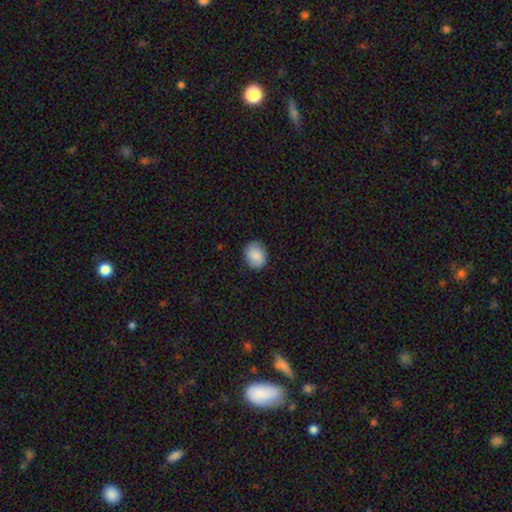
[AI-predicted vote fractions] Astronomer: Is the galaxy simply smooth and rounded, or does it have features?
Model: smooth — 89%.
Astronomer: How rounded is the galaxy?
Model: round — 50% (runner-up: in between, 49%).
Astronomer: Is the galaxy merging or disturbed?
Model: none — 86%.